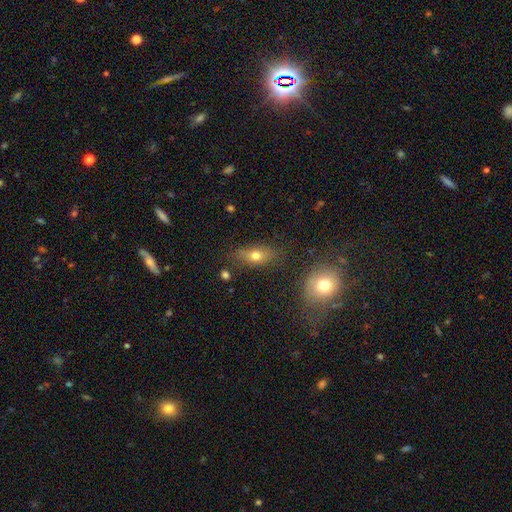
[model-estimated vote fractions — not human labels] Smooth or featured?
  - smooth: 65% *
  - featured or disk: 21%
  - star or artifact: 14%
How rounded?
  - in between: 73% *
  - cigar-shaped: 14%
  - round: 13%
Merging?
  - none: 73% *
  - minor disturbance: 17%
  - major disturbance: 6%
  - merger: 4%